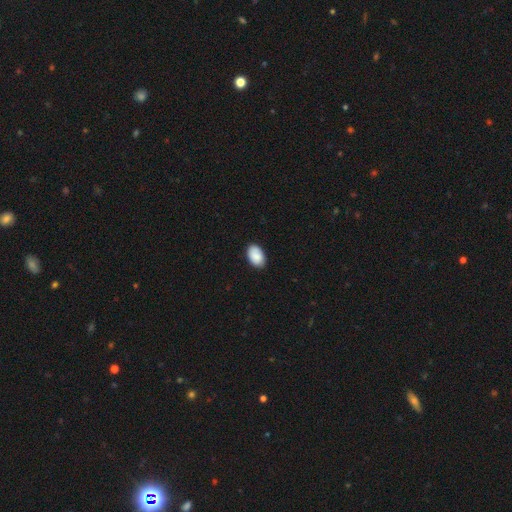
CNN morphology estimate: Smooth or featured: smooth — 89% (star or artifact — 6%)
How rounded: in between — 91% (round — 8%)
Merging: none — 86% (minor disturbance — 11%)